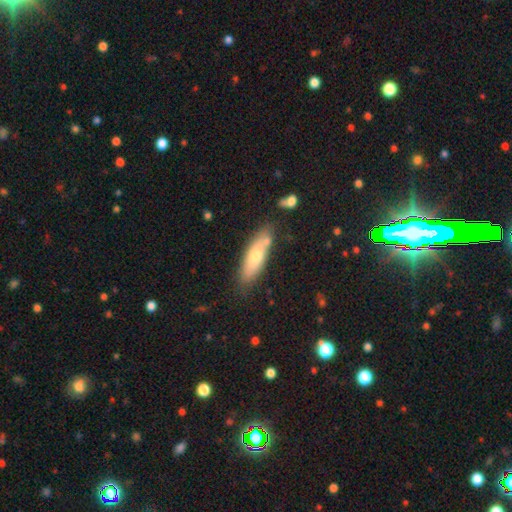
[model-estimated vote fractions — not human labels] Smooth or featured? smooth (66%)
How rounded? cigar-shaped (50%)
Merging? none (71%)